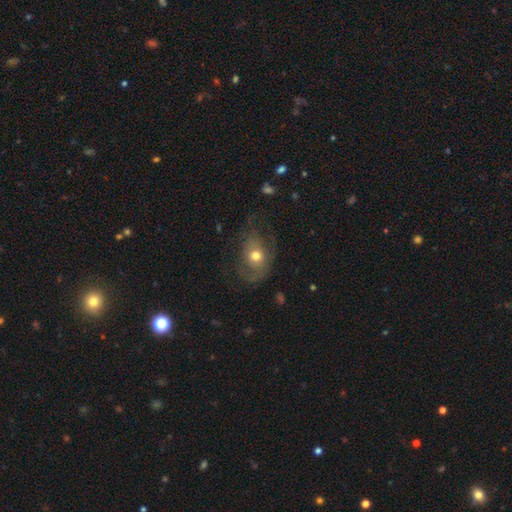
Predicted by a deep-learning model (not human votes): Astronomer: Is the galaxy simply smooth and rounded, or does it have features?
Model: smooth — 50% (runner-up: featured or disk, 40%).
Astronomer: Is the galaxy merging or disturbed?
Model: none — 47% (runner-up: major disturbance, 27%).